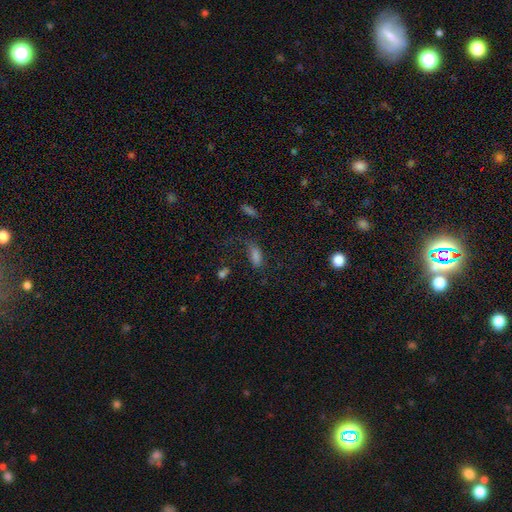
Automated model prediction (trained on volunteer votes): Overall: smooth (75%). How rounded: in between (81%). Merging: none (54%; minor disturbance 21%).